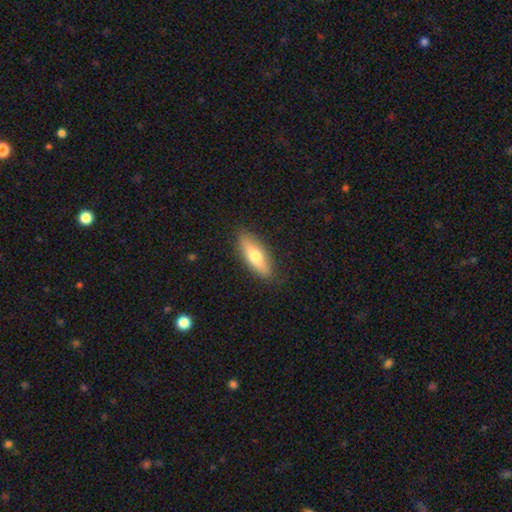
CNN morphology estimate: Smooth or featured: smooth — 62% (featured or disk — 32%)
How rounded: in between — 55% (cigar-shaped — 43%)
Merging: none — 87% (minor disturbance — 10%)